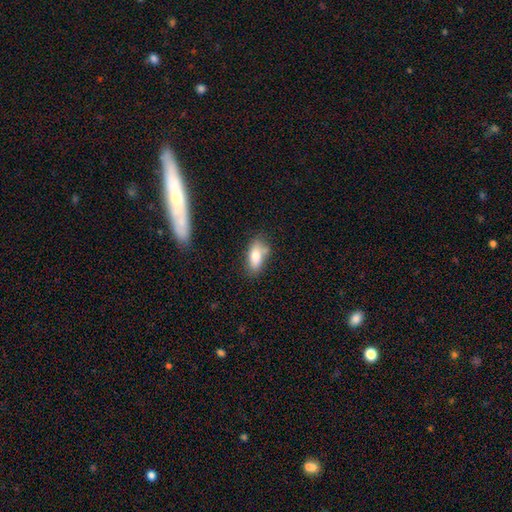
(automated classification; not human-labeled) Q: Smooth or featured?
A: smooth (76%); runner-up: featured or disk (16%)
Q: How rounded?
A: in between (85%); runner-up: cigar-shaped (10%)
Q: Merging?
A: none (63%); runner-up: minor disturbance (21%)